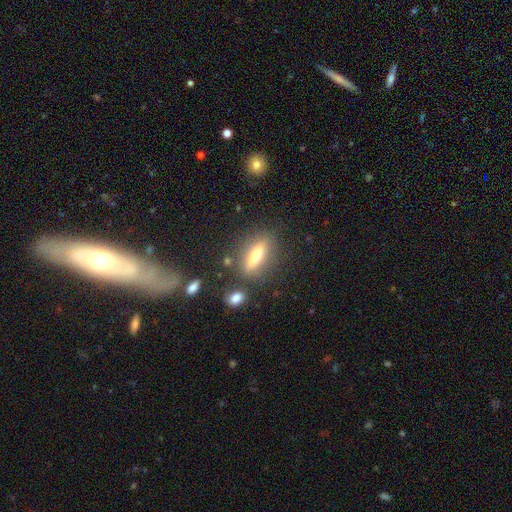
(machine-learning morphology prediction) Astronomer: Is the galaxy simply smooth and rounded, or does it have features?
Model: smooth — 61%.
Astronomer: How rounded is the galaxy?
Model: cigar-shaped — 52% (runner-up: in between, 44%).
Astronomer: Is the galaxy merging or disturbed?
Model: none — 78%.